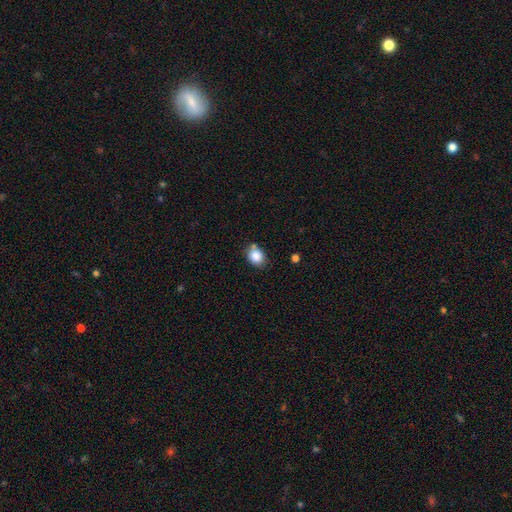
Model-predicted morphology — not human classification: smooth-or-featured: smooth: 85% | star or artifact: 9% | featured or disk: 6%
  how-rounded: in between: 54% | round: 45% | cigar-shaped: 1%
  merging: none: 69% | minor disturbance: 19% | merger: 8% | major disturbance: 4%